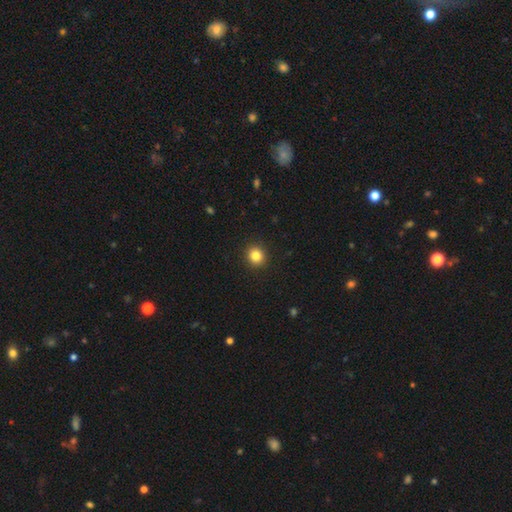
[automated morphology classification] A smooth galaxy with no disk features (84%) that is round (88%).

Vote fractions:
- Smooth or featured? smooth: 84% / star or artifact: 11% / featured or disk: 5%
- How rounded? round: 88% / in between: 11% / cigar-shaped: 1%
- Merging? none: 93% / minor disturbance: 5% / major disturbance: 2% / merger: 1%